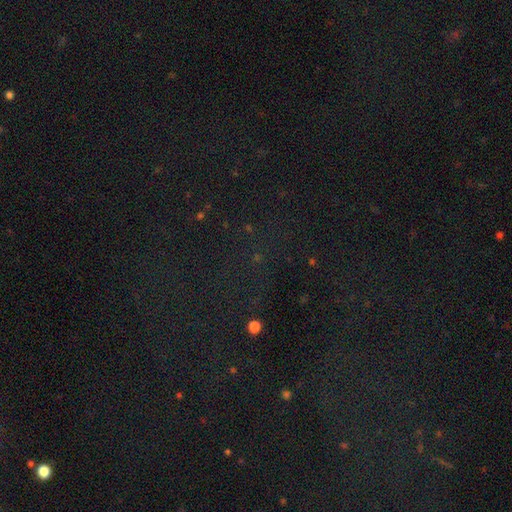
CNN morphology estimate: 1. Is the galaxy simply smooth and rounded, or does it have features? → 79% star or artifact, 13% smooth, 8% featured or disk.